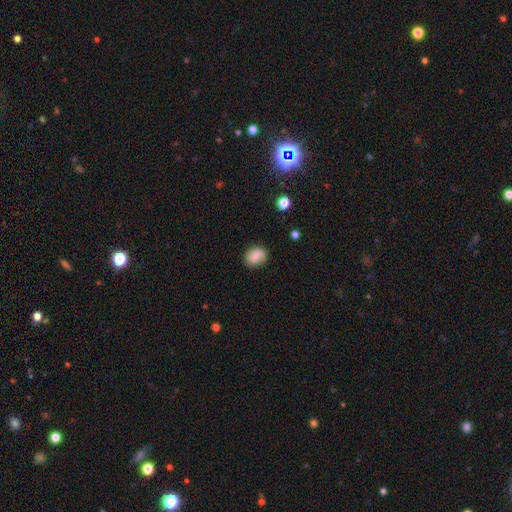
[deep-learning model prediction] Smooth or featured? Predicted: smooth (p=0.75). How rounded? Predicted: round (p=0.54). Merging? Predicted: none (p=0.77).